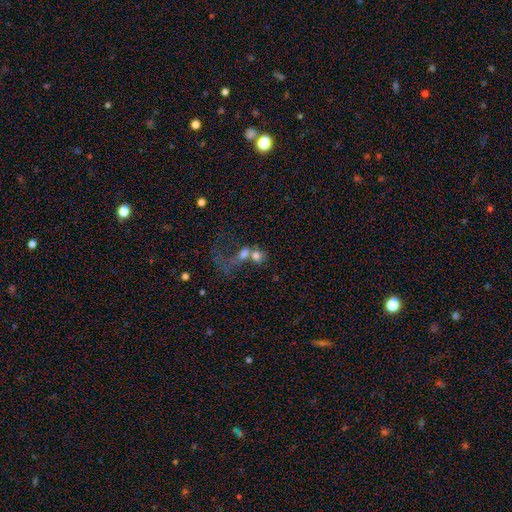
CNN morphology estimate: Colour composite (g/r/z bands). It shows a smooth galaxy with no disk features (65%) that is in between round and cigar-shaped (54%). Merging: merger (67%).